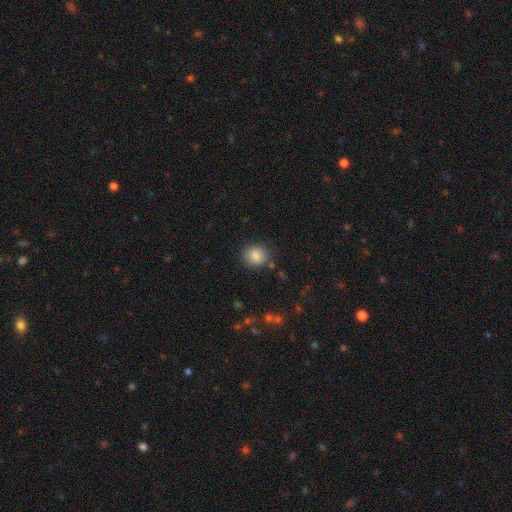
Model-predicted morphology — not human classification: This is clearly a smooth galaxy (85%). How rounded: clearly round (81%). Merging: clearly none (83%).